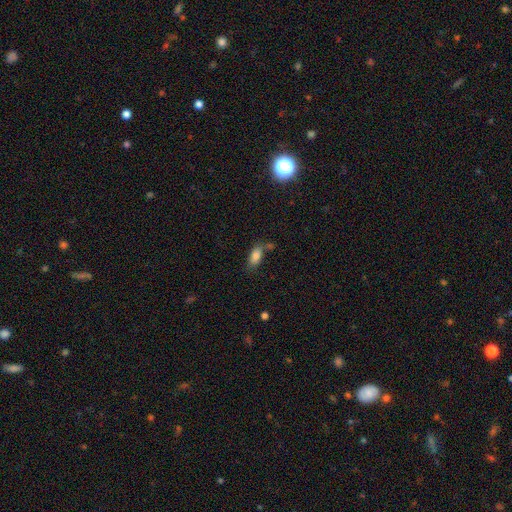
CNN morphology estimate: Smooth or featured: smooth — 82% (star or artifact — 9%)
How rounded: in between — 87% (cigar-shaped — 9%)
Merging: none — 60% (minor disturbance — 18%)